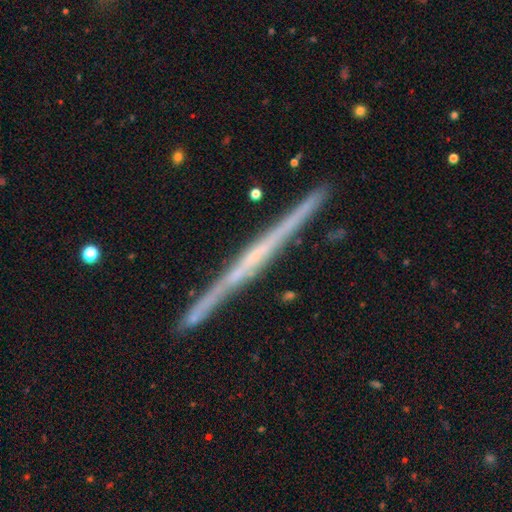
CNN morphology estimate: Smooth or featured: featured or disk — 77% (smooth — 17%)
Edge-on disk: yes — 98% (no — 2%)
Edge-on bulge: none — 71% (rounded — 21%)
Merging: none — 90% (minor disturbance — 7%)